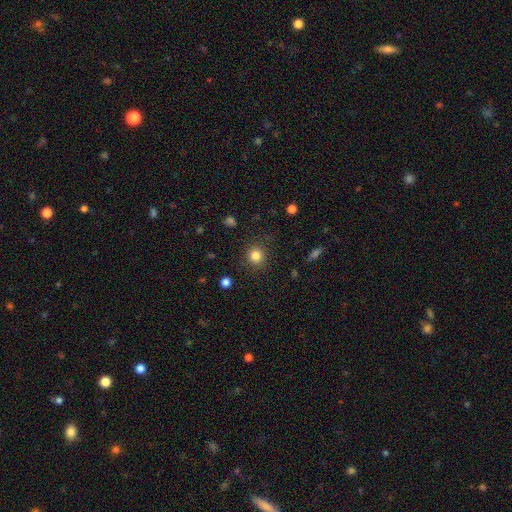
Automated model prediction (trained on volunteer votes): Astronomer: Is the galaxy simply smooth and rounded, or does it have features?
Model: smooth — 83%.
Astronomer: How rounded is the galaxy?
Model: round — 91%.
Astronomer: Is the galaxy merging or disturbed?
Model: none — 87%.